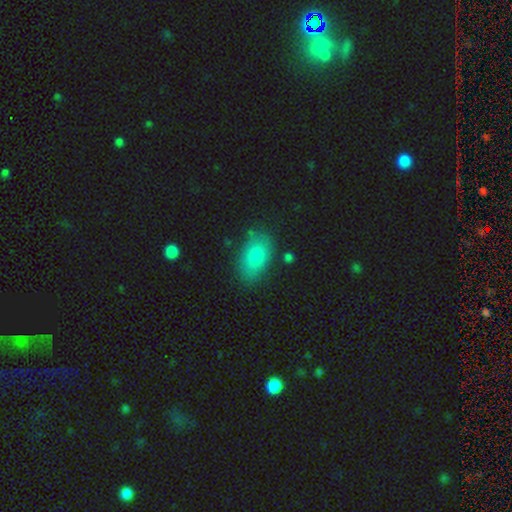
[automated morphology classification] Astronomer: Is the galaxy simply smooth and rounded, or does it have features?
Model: smooth — 80%.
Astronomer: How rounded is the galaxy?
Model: in between — 90%.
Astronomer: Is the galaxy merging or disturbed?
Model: none — 78%.